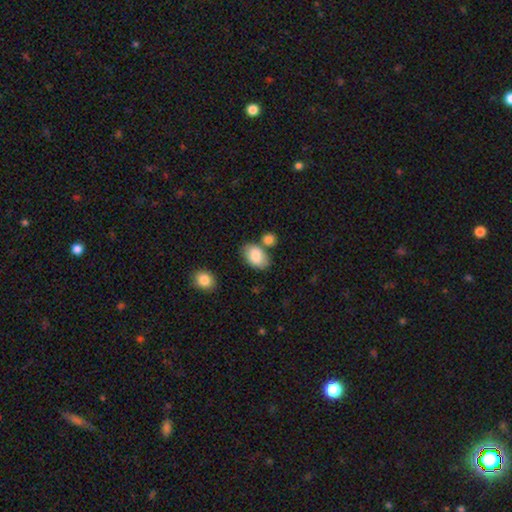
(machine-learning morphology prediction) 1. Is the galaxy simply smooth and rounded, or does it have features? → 86% smooth, 8% featured or disk, 6% star or artifact.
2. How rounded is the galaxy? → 91% in between, 8% round, 1% cigar-shaped.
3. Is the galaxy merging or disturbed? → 68% none, 15% minor disturbance, 14% merger, 4% major disturbance.